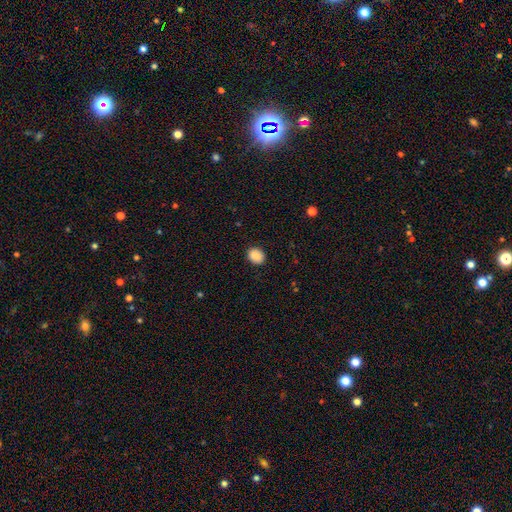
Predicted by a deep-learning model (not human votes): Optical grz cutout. It shows a smooth galaxy with no disk features (88%) that is round (60%). Merging: none (90%).